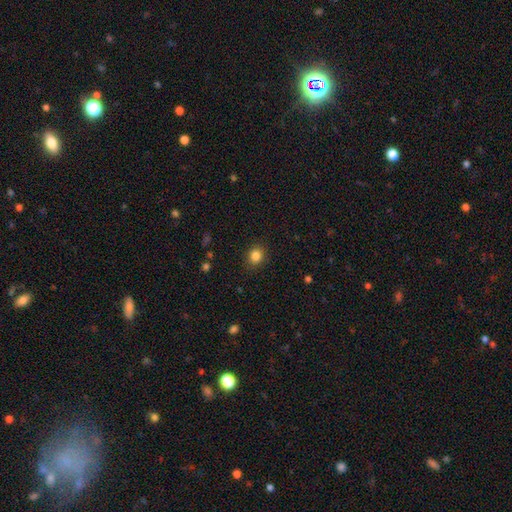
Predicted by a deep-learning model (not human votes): Morphology: type=smooth (85%); roundness=round (73%); merging=none (88%).